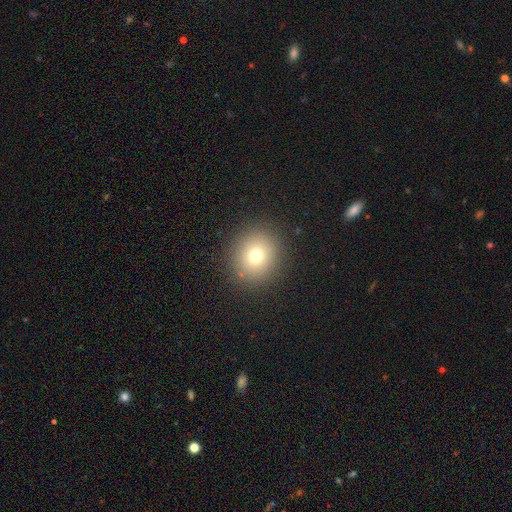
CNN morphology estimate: Smooth or featured? Predicted: smooth (p=0.74). How rounded? Predicted: round (p=0.83). Merging? Predicted: none (p=0.89).